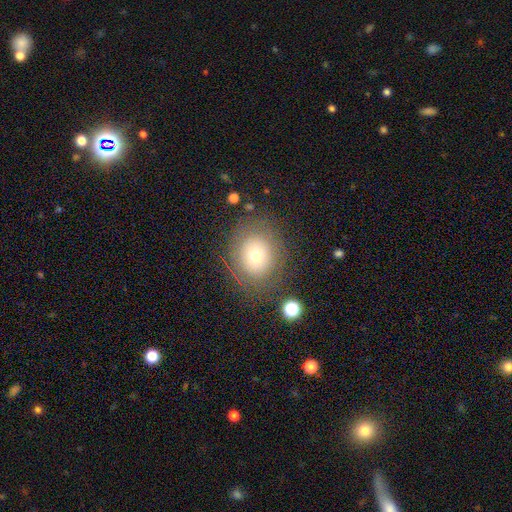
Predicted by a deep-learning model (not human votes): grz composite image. It shows a smooth galaxy with no disk features (66%) that is round (68%). Merging: none (79%).